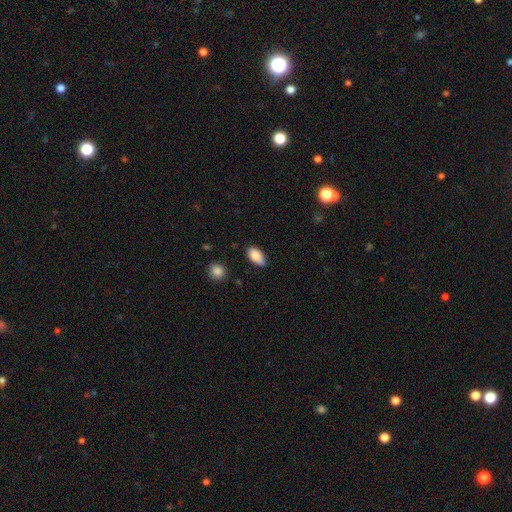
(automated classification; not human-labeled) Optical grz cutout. It shows a smooth galaxy with no disk features (86%) that is in between round and cigar-shaped (92%). Merging: none (65%).